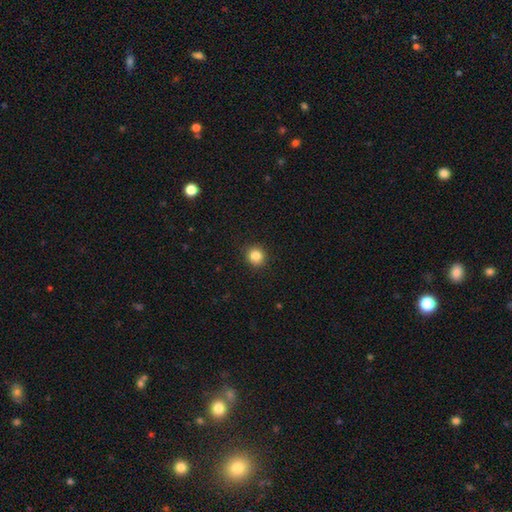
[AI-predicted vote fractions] smooth 84%, star or artifact 11%, featured or disk 5%. Down the decision tree: how rounded — round (91%); merging — none (91%).